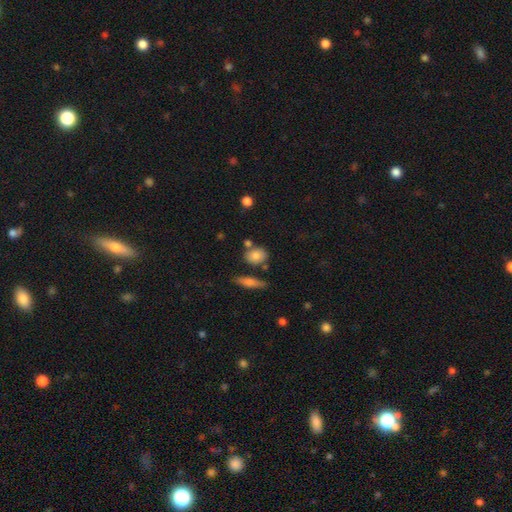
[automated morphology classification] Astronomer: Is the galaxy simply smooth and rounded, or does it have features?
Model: smooth — 81%.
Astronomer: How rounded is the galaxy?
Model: in between — 52% (runner-up: round, 44%).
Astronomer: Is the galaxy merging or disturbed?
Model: none — 67%.